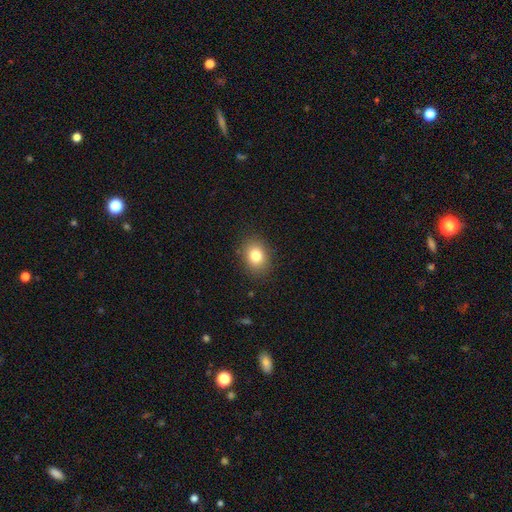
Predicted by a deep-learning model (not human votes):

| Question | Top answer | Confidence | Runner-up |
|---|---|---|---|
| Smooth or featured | smooth | 81% | star or artifact (11%) |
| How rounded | in between | 53% | round (46%) |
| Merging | none | 87% | minor disturbance (9%) |